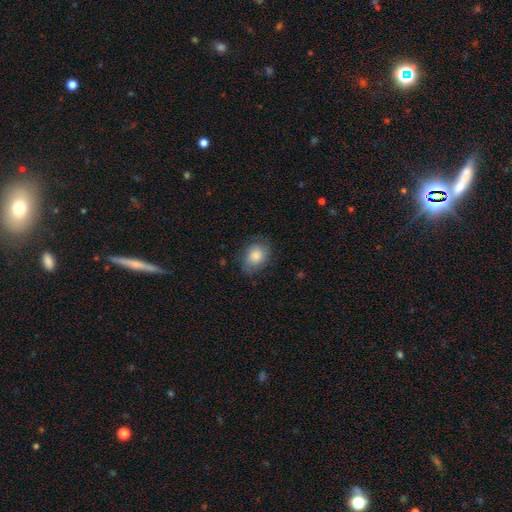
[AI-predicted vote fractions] This is clearly a smooth galaxy (80%). How rounded: likely in between (61%). Merging: likely none (71%).